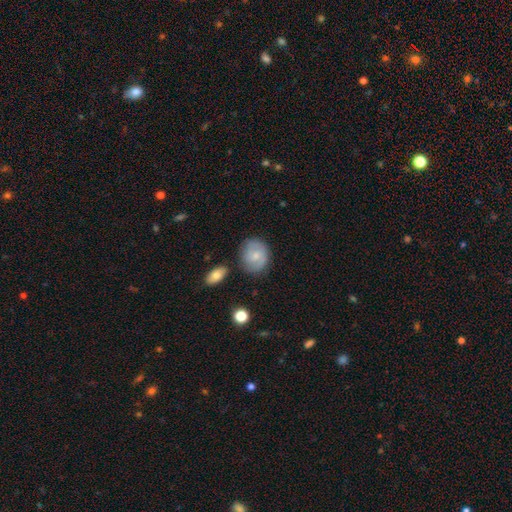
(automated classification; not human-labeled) The model was most divided on "smooth or featured": smooth: 59%, featured or disk: 34%, star or artifact: 7%. More confident: merging — none (74%); how rounded — round (66%).